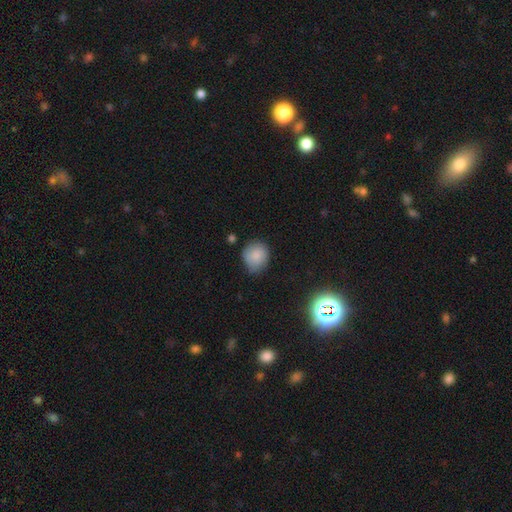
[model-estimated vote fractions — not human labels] This is clearly a smooth galaxy (84%). How rounded: likely round (78%). Merging: likely none (67%).